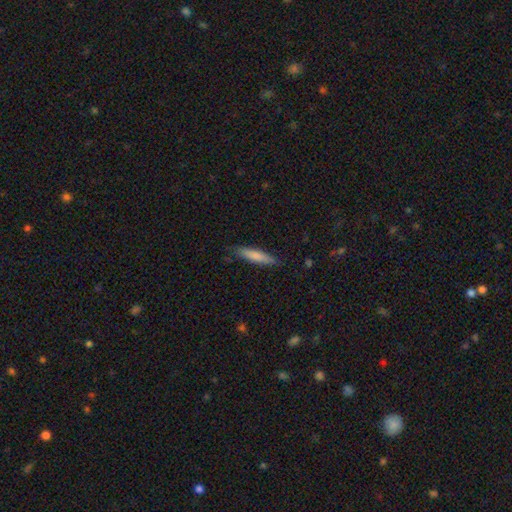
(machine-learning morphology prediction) smooth 78%, featured or disk 16%, star or artifact 6%. Down the decision tree: how rounded — cigar-shaped (85%); merging — none (84%).